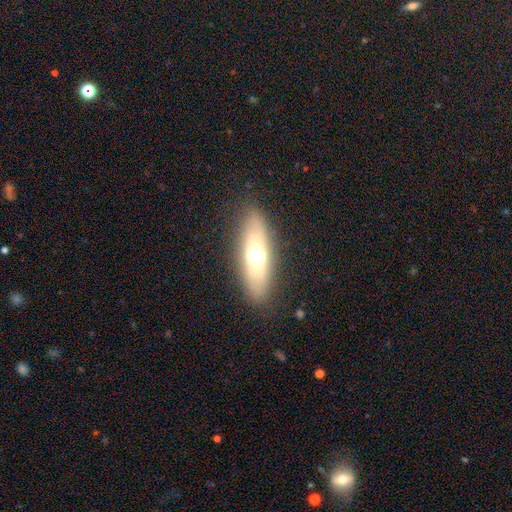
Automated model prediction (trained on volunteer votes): Smooth or featured: smooth — 54% (featured or disk — 37%)
How rounded: in between — 55% (cigar-shaped — 40%)
Merging: none — 86% (minor disturbance — 9%)